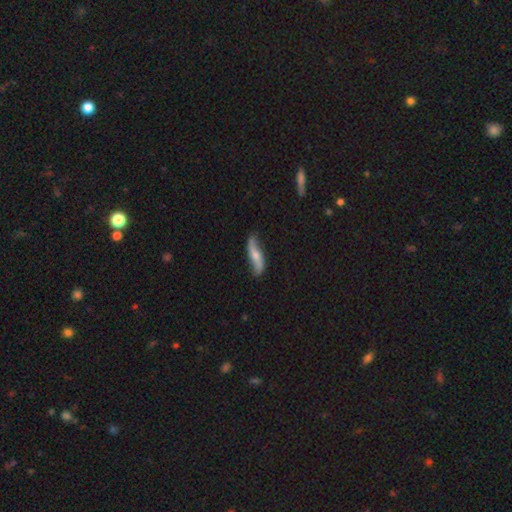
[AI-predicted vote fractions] Q: Smooth or featured?
A: featured or disk (58%); runner-up: smooth (36%)
Q: Edge-on disk?
A: no (69%); runner-up: yes (31%)
Q: Merging?
A: none (72%); runner-up: minor disturbance (21%)